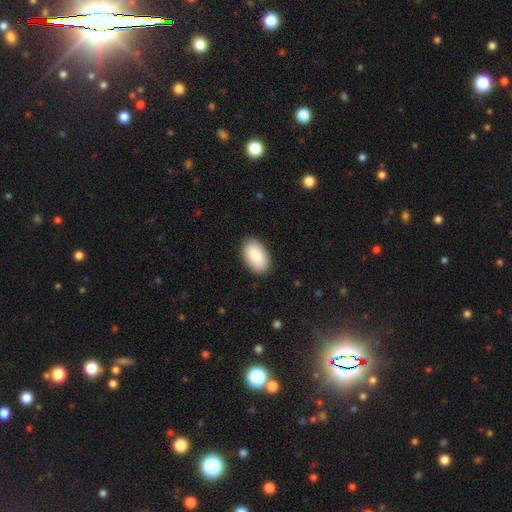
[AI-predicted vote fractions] The model was most divided on "merging": none: 88%, minor disturbance: 9%, major disturbance: 2%, merger: 1%. More confident: how rounded — in between (95%); smooth or featured — smooth (88%).